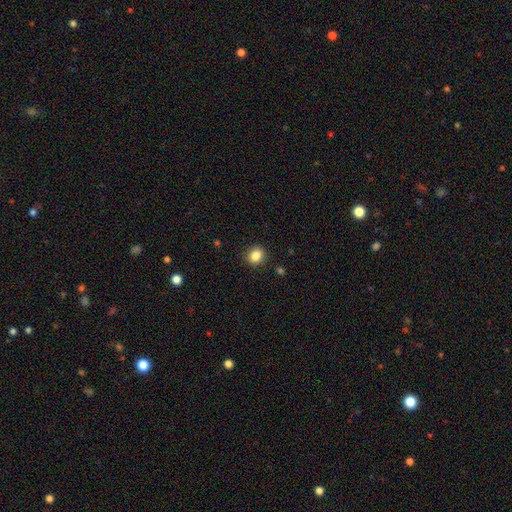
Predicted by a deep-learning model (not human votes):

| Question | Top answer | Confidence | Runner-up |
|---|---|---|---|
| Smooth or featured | smooth | 85% | star or artifact (10%) |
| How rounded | round | 69% | in between (30%) |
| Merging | none | 90% | minor disturbance (7%) |